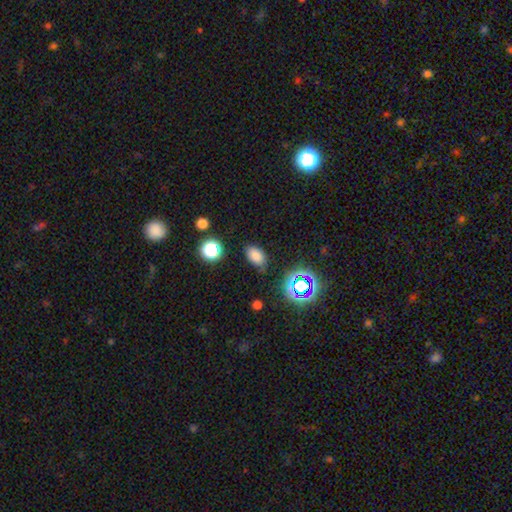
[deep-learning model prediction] This appears to be a smooth galaxy with no disk features (77%) that is in between round and cigar-shaped (87%). Merging: none (79%).